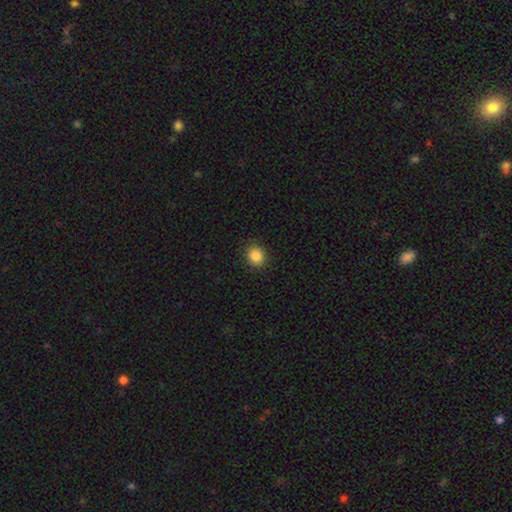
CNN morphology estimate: smooth_or_featured: smooth (p=0.86) [alt: star or artifact p=0.10]
how_rounded: round (p=0.77) [alt: in between p=0.22]
merging: none (p=0.90) [alt: minor disturbance p=0.07]